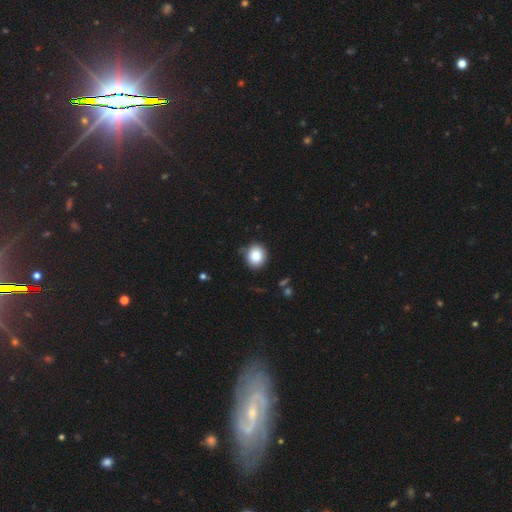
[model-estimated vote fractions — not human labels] Smooth or featured? Predicted: smooth (p=0.83). How rounded? Predicted: round (p=0.81). Merging? Predicted: none (p=0.84).